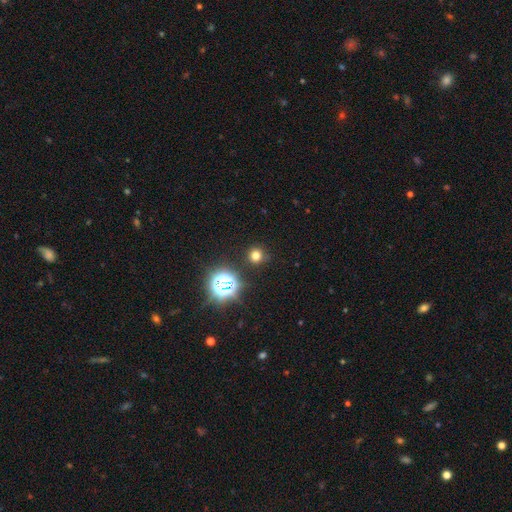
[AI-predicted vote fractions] smooth 68%, star or artifact 25%, featured or disk 6%. Down the decision tree: how rounded — round (93%); merging — none (88%).